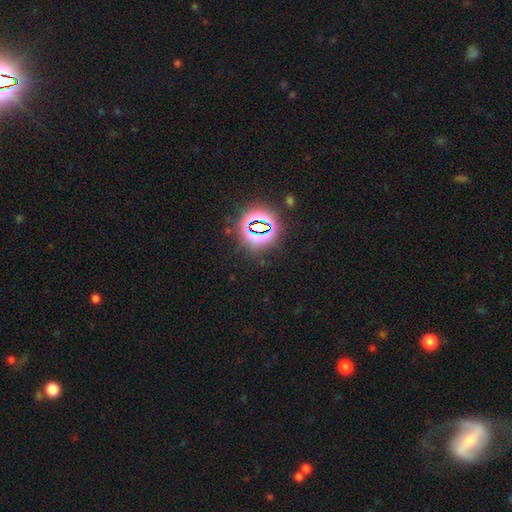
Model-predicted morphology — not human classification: Smooth or featured: star or artifact — 80% (smooth — 12%)